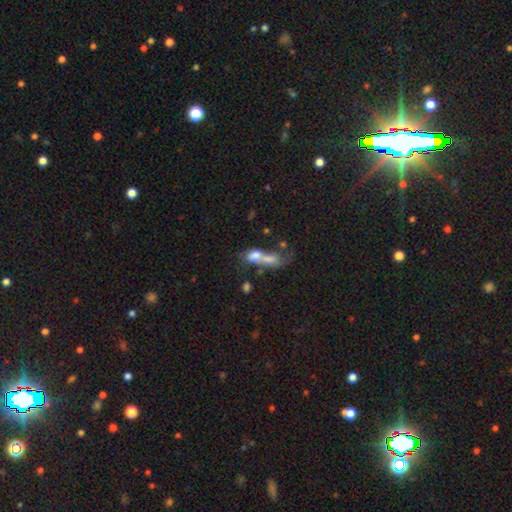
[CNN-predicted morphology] A smooth galaxy with no disk features (61%) that is in between round and cigar-shaped (69%). Merging: merger (66%).